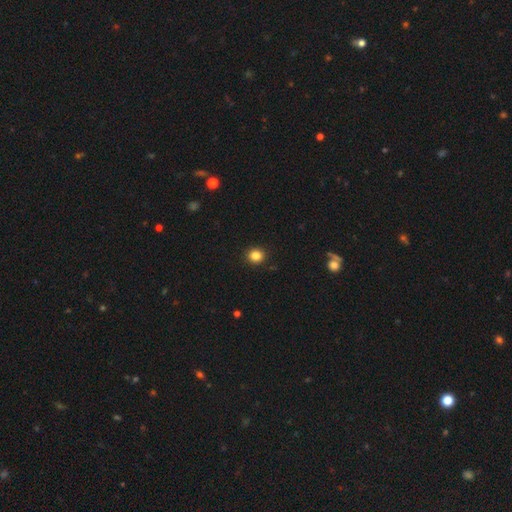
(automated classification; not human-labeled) Smooth or featured? Predicted: smooth (p=0.85). How rounded? Predicted: round (p=0.85). Merging? Predicted: none (p=0.92).